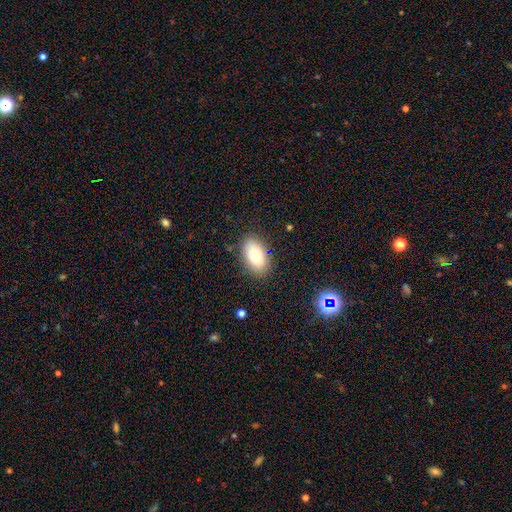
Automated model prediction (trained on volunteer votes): The model was most divided on "smooth or featured": smooth: 79%, featured or disk: 13%, star or artifact: 8%. More confident: how rounded — in between (92%); merging — none (84%).